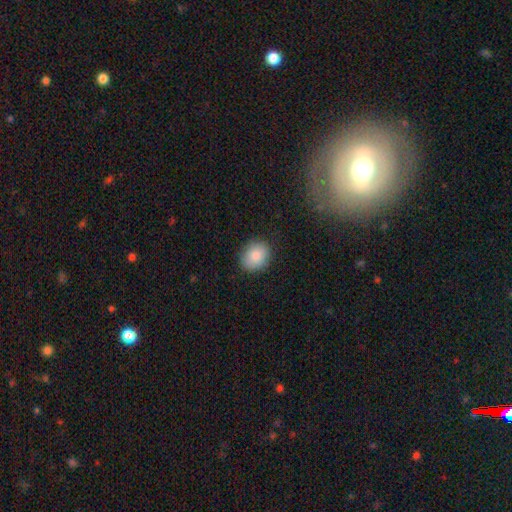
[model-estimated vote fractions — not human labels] This appears to be a smooth galaxy with no disk features (84%) that is round (58%). Merging: none (87%).